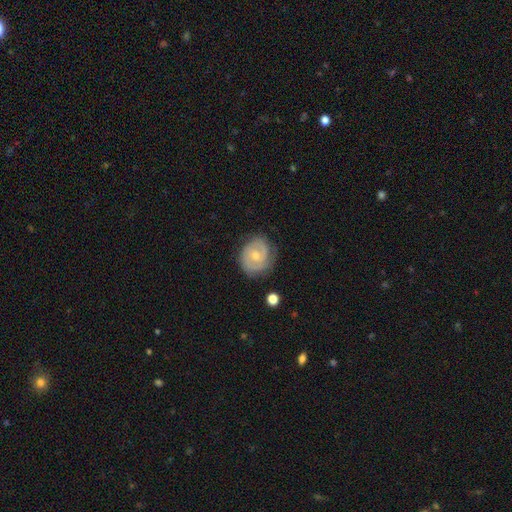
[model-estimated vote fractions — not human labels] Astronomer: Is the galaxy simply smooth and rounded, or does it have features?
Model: featured or disk — 78%.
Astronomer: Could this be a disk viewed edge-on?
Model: no — 98%.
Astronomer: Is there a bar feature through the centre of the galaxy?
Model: no — 63%.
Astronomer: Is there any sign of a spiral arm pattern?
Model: yes — 93%.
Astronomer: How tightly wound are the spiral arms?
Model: tight — 60%.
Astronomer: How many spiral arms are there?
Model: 2 — 66%.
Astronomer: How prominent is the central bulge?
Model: small — 51% (runner-up: moderate, 45%).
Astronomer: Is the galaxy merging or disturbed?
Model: none — 76%.